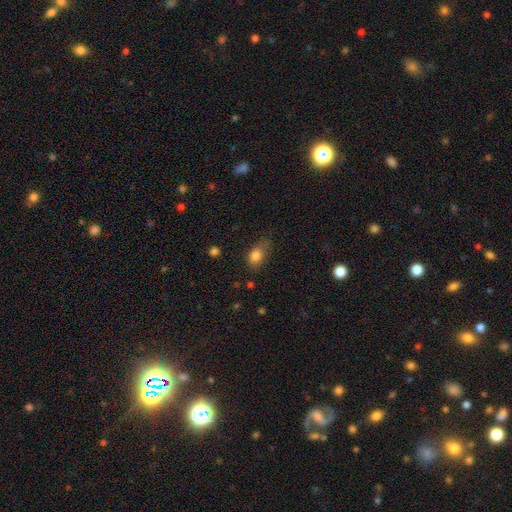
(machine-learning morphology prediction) Smooth or featured: smooth — 82% (star or artifact — 9%)
How rounded: in between — 76% (round — 22%)
Merging: none — 51% (minor disturbance — 33%)